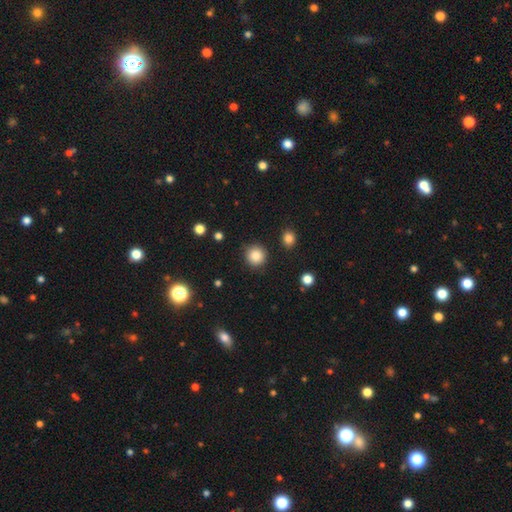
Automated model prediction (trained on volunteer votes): This is clearly a smooth galaxy (86%). How rounded: clearly round (93%). Merging: clearly none (88%).